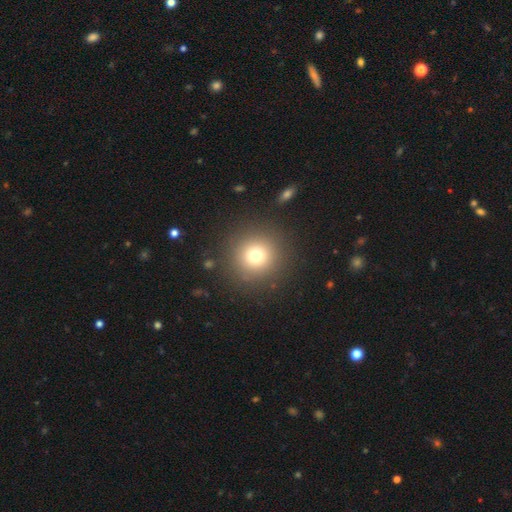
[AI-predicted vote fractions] A smooth galaxy with no disk features (74%) that is round (95%).

Vote fractions:
- Smooth or featured? smooth: 74% / star or artifact: 16% / featured or disk: 10%
- How rounded? round: 95% / in between: 4% / cigar-shaped: 1%
- Merging? none: 89% / minor disturbance: 6% / major disturbance: 4% / merger: 2%